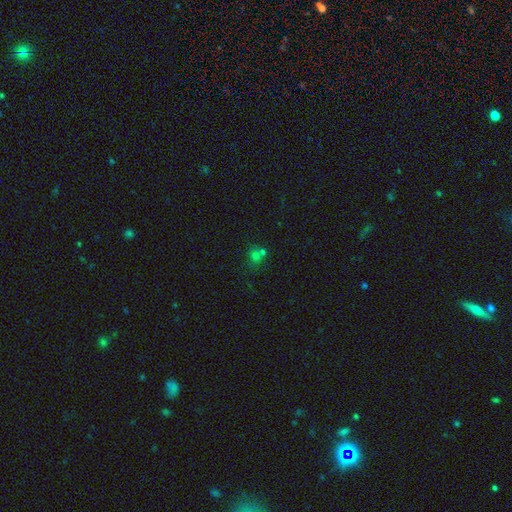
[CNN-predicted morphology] The model was most divided on "merging": none: 48%, merger: 40%, minor disturbance: 8%, major disturbance: 4%. More confident: how rounded — round (81%); smooth or featured — smooth (61%).